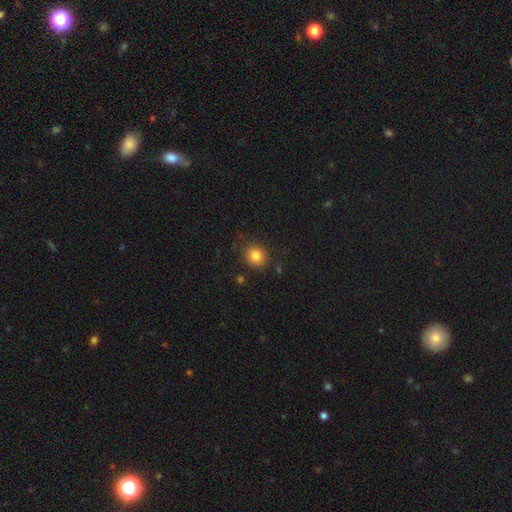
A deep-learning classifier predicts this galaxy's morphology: Smooth or featured? smooth (83%)
How rounded? round (79%)
Merging? none (84%)